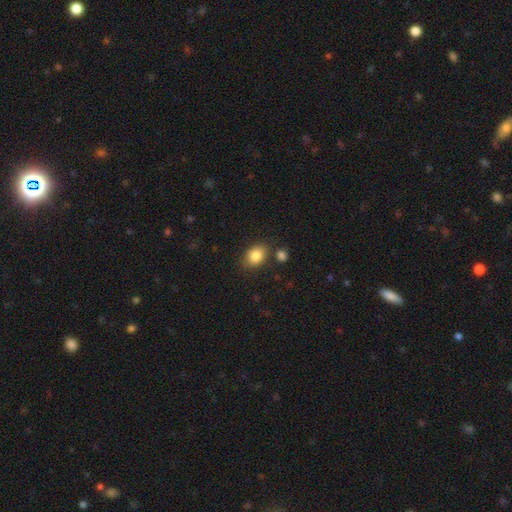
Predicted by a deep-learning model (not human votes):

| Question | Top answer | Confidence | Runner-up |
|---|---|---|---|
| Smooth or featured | smooth | 85% | star or artifact (9%) |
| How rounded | in between | 71% | round (28%) |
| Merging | none | 76% | minor disturbance (13%) |